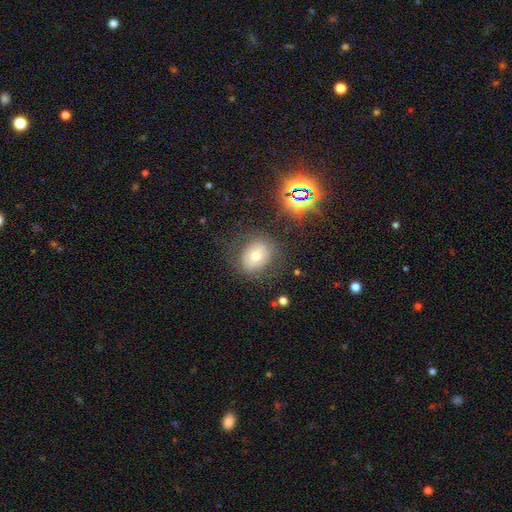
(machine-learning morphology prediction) Smooth or featured?
  - smooth: 63% *
  - featured or disk: 21%
  - star or artifact: 16%
How rounded?
  - round: 59% *
  - in between: 40%
  - cigar-shaped: 1%
Merging?
  - none: 76% *
  - minor disturbance: 14%
  - major disturbance: 8%
  - merger: 2%